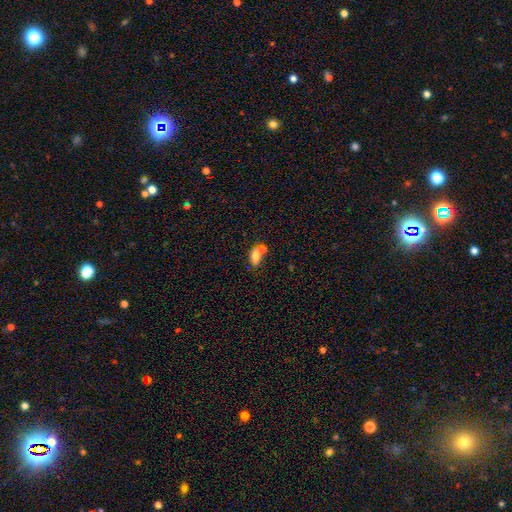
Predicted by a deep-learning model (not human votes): Overall: smooth (77%). How rounded: in between (86%). Merging: none (42%; merger 40%).